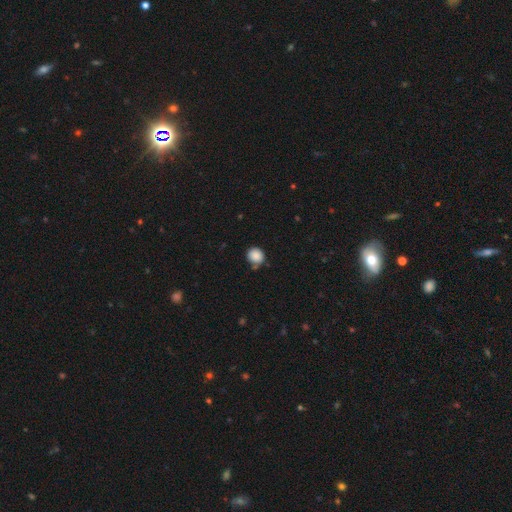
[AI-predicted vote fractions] Q: Smooth or featured?
A: smooth (88%); runner-up: star or artifact (9%)
Q: How rounded?
A: round (84%); runner-up: in between (16%)
Q: Merging?
A: none (75%); runner-up: minor disturbance (15%)